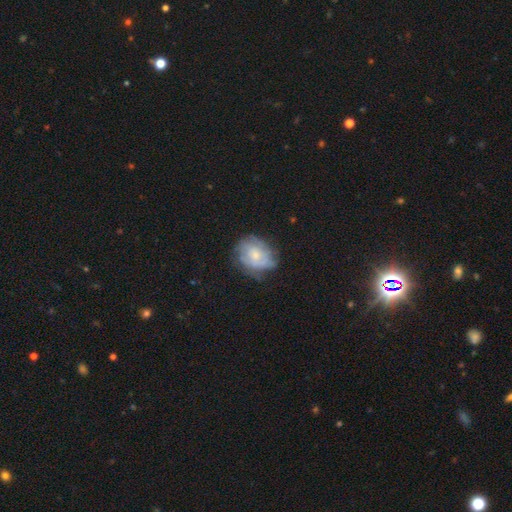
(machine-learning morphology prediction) Smooth or featured: featured or disk — 51% (smooth — 41%)
Edge-on disk: no — 97% (yes — 3%)
Merging: none — 59% (minor disturbance — 28%)